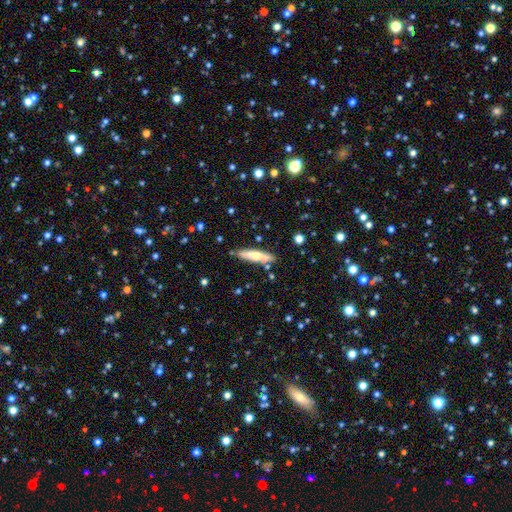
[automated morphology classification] Smooth or featured: smooth — 55% (featured or disk — 39%)
How rounded: cigar-shaped — 74% (in between — 24%)
Merging: none — 82% (minor disturbance — 12%)